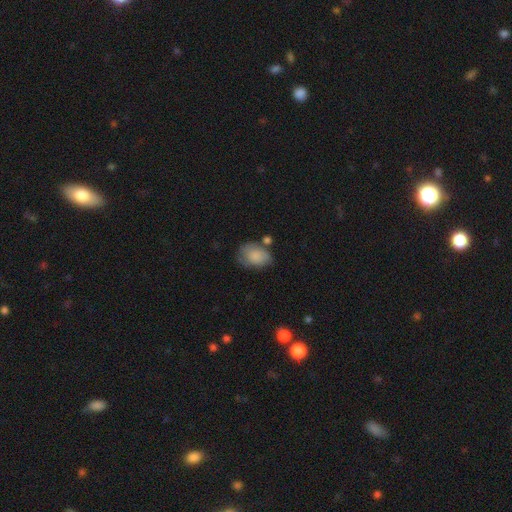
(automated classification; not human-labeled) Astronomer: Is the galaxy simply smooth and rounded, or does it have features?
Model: smooth — 81%.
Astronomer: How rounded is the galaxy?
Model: in between — 78%.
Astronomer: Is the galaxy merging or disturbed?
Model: none — 55%.